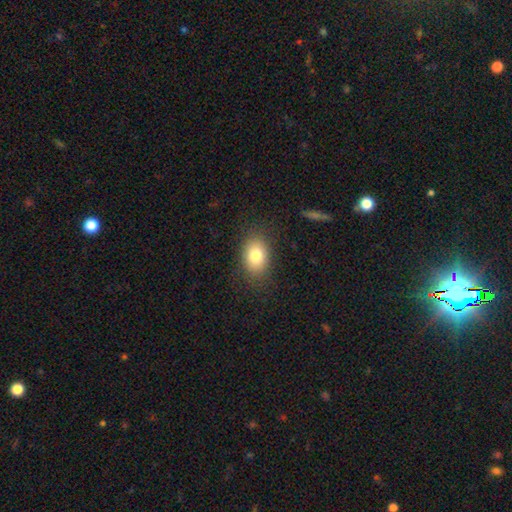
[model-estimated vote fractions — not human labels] Smooth or featured? Predicted: smooth (p=0.80). How rounded? Predicted: in between (p=0.80). Merging? Predicted: none (p=0.85).